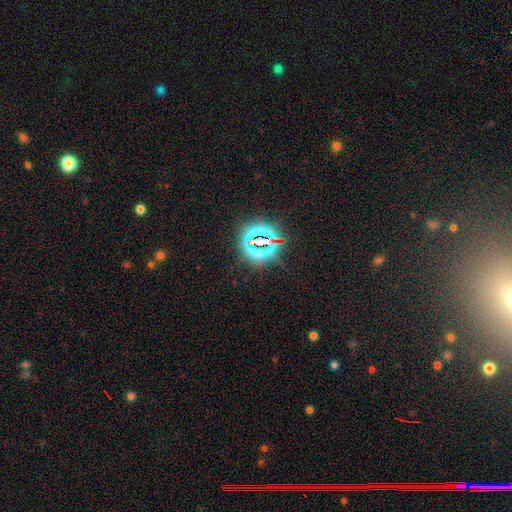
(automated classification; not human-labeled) This appears to be a star or artifact, not a galaxy (73%).